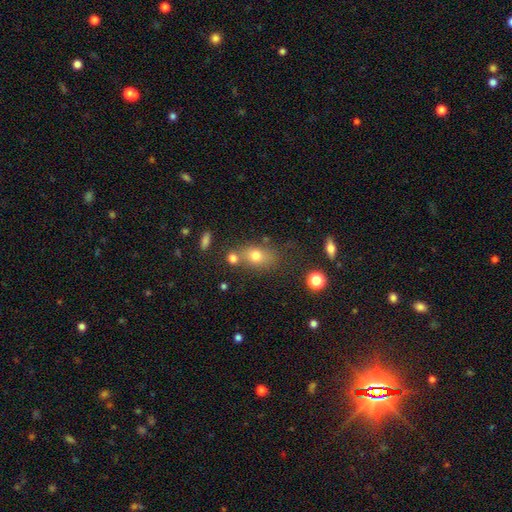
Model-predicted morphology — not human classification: The model was most divided on "how rounded": in between: 66%, round: 31%, cigar-shaped: 3%. More confident: smooth or featured — smooth (73%); merging — none (57%).